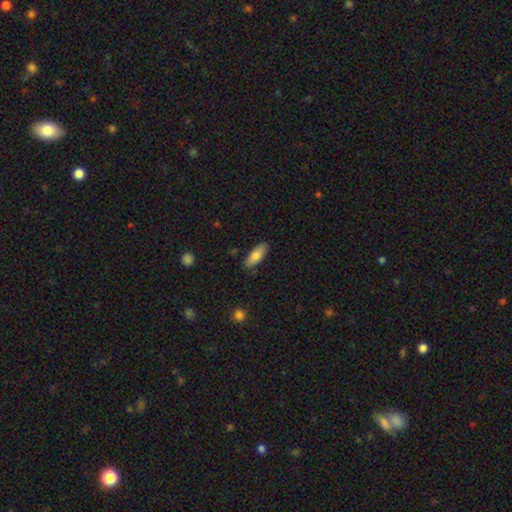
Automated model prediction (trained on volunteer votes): A smooth galaxy with no disk features (78%) that is in between round and cigar-shaped (70%). Merging: none (85%).